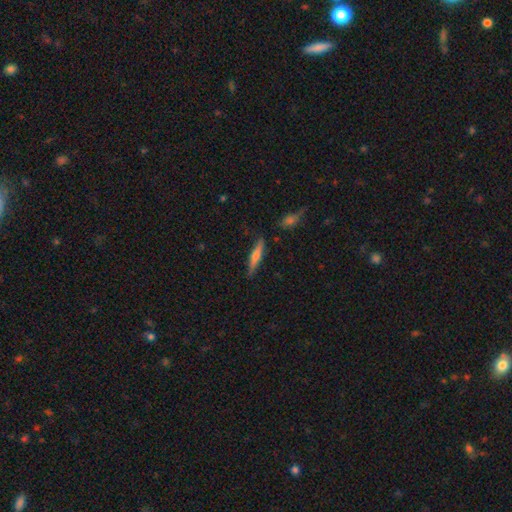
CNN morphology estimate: A smooth galaxy with no disk features (52%) that is cigar-shaped (88%).

Vote fractions:
- Smooth or featured? smooth: 52% / featured or disk: 42% / star or artifact: 7%
- How rounded? cigar-shaped: 88% / in between: 10% / round: 2%
- Merging? none: 85% / minor disturbance: 11% / merger: 2% / major disturbance: 2%